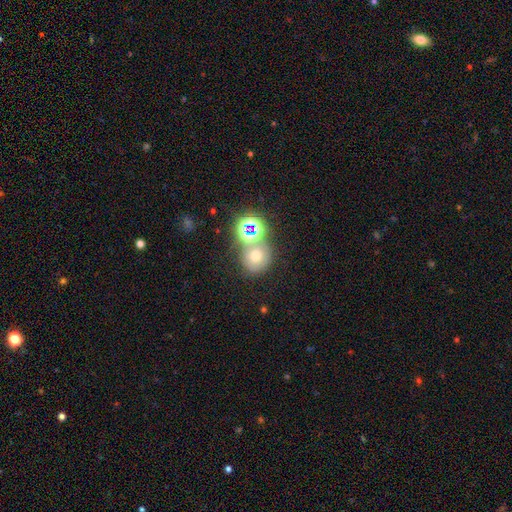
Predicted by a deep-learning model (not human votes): Q: Smooth or featured?
A: smooth (54%); runner-up: star or artifact (30%)
Q: How rounded?
A: round (80%); runner-up: in between (19%)
Q: Merging?
A: none (54%); runner-up: merger (30%)